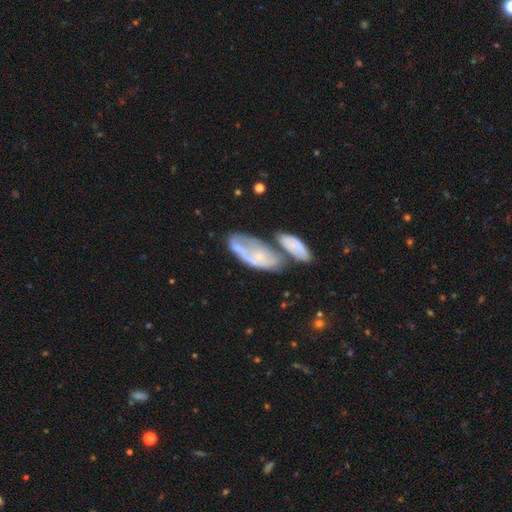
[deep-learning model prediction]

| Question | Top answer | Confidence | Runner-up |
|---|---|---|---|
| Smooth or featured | featured or disk | 60% | smooth (31%) |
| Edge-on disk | no | 90% | yes (10%) |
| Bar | no | 76% | weak (18%) |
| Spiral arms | yes | 56% | no (44%) |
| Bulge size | small | 73% | moderate (17%) |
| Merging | merger | 47% | none (25%) |